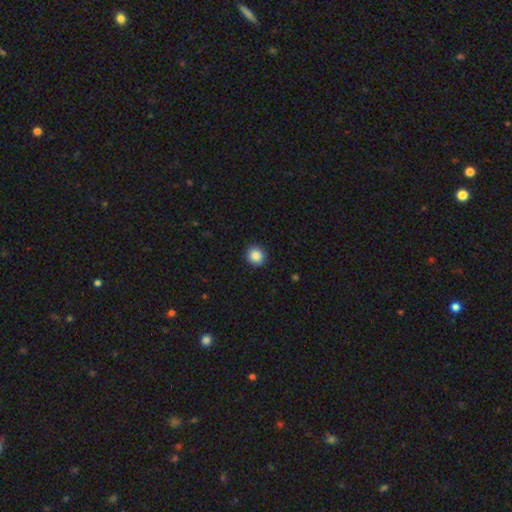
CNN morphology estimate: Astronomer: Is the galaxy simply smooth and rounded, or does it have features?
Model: smooth — 88%.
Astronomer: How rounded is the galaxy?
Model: round — 87%.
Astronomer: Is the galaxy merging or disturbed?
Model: none — 91%.